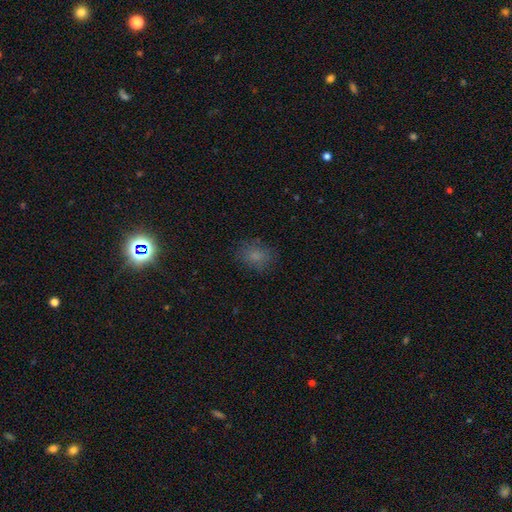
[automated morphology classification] Smooth or featured: smooth — 77% (star or artifact — 15%)
How rounded: in between — 57% (round — 41%)
Merging: none — 80% (minor disturbance — 14%)